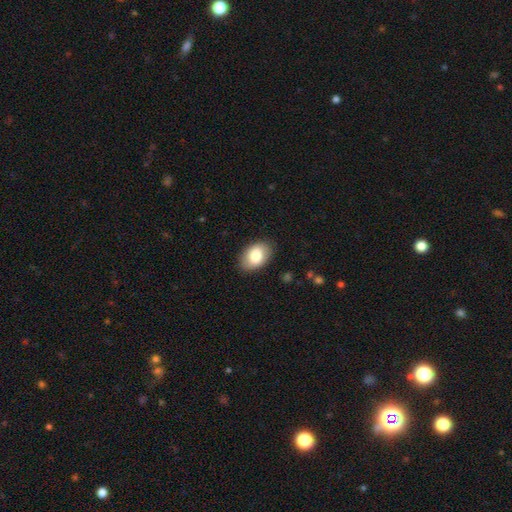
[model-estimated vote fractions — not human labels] Q: Smooth or featured?
A: smooth (82%); runner-up: featured or disk (11%)
Q: How rounded?
A: in between (88%); runner-up: round (10%)
Q: Merging?
A: none (86%); runner-up: minor disturbance (10%)